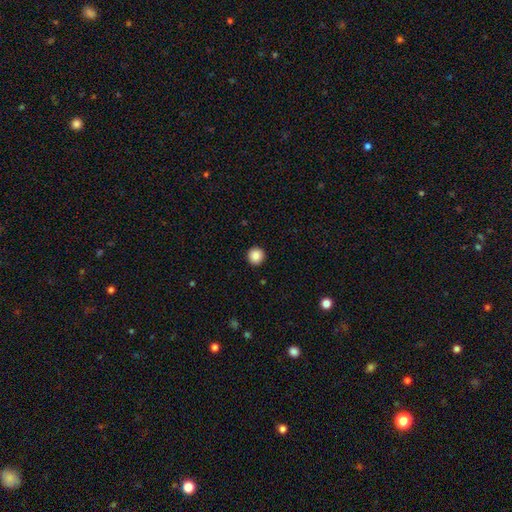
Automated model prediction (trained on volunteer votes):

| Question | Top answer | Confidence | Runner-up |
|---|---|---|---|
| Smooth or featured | smooth | 88% | star or artifact (9%) |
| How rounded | round | 95% | in between (4%) |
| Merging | none | 93% | minor disturbance (5%) |